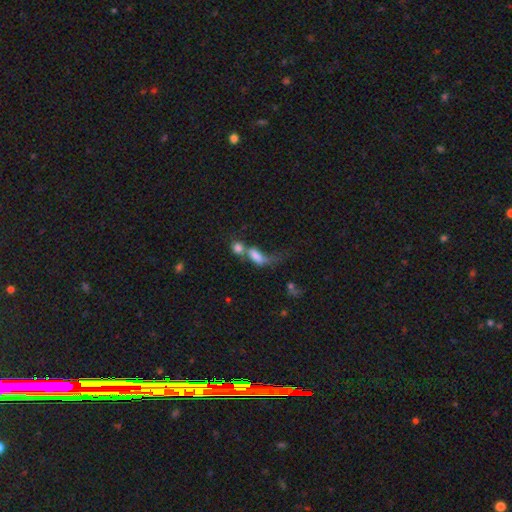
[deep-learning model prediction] Smooth or featured: smooth — 65% (featured or disk — 23%)
How rounded: in between — 67% (round — 21%)
Merging: merger — 64% (major disturbance — 18%)